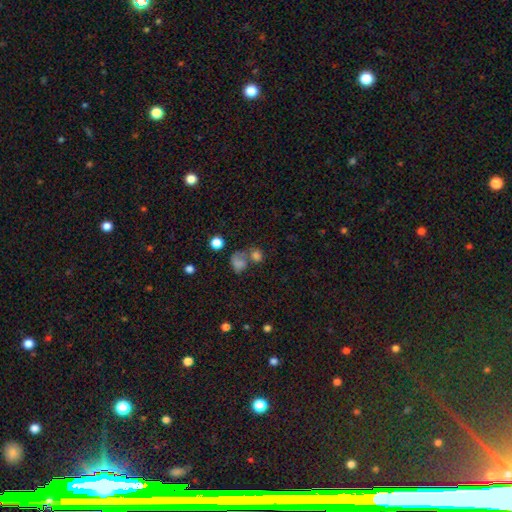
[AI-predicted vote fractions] Smooth or featured: smooth — 71% (star or artifact — 18%)
How rounded: round — 65% (in between — 34%)
Merging: merger — 45% (none — 36%)